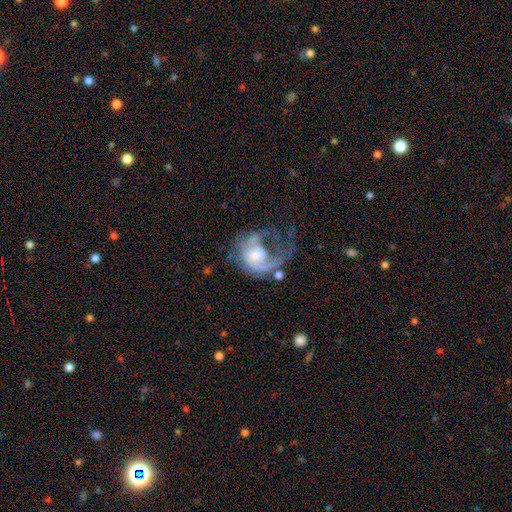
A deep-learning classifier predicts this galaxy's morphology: Q: Smooth or featured?
A: featured or disk (70%); runner-up: smooth (22%)
Q: Edge-on disk?
A: no (97%); runner-up: yes (3%)
Q: Bar?
A: no (66%); runner-up: weak (27%)
Q: Spiral arms?
A: yes (71%); runner-up: no (29%)
Q: Bulge size?
A: moderate (40%); runner-up: small (32%)
Q: Merging?
A: major disturbance (52%); runner-up: none (25%)